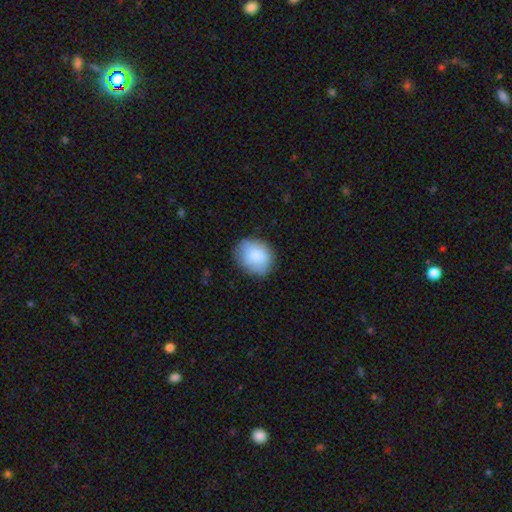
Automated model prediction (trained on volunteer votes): Smooth or featured: smooth — 83% (featured or disk — 10%)
How rounded: round — 51% (in between — 48%)
Merging: none — 76% (minor disturbance — 18%)